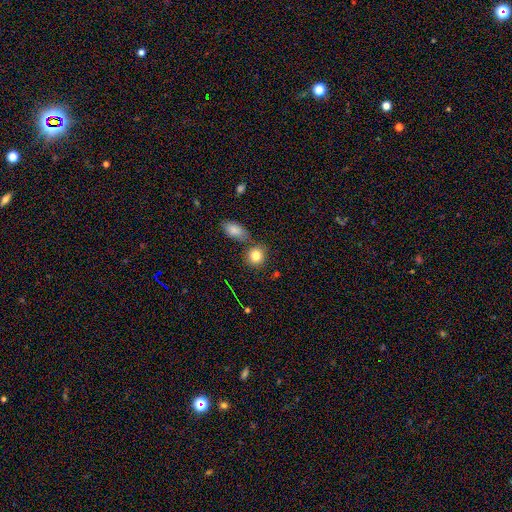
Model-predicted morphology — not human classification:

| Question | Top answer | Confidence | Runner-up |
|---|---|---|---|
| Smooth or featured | smooth | 82% | star or artifact (10%) |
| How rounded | round | 79% | in between (20%) |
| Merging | none | 73% | merger (14%) |